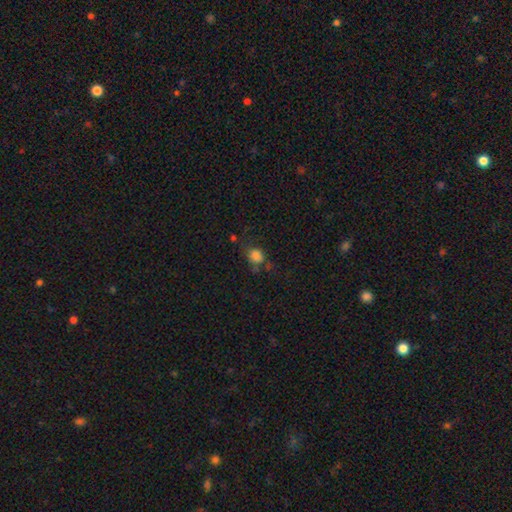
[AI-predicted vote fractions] A smooth galaxy with no disk features (77%) that is round (63%). Merging: none (52%).